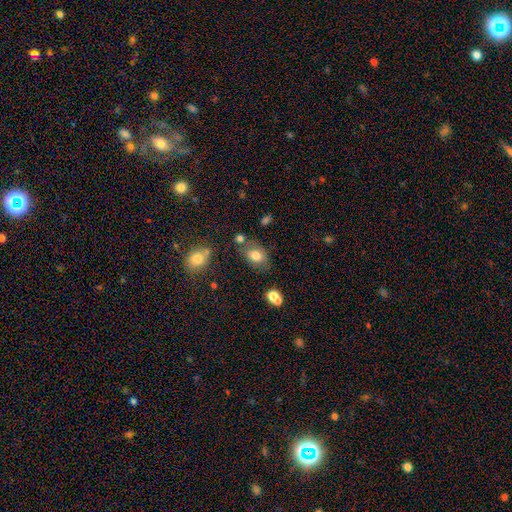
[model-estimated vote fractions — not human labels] smooth-or-featured: smooth: 77% | featured or disk: 12% | star or artifact: 10%
  how-rounded: in between: 77% | round: 21% | cigar-shaped: 1%
  merging: none: 66% | minor disturbance: 19% | merger: 9% | major disturbance: 6%